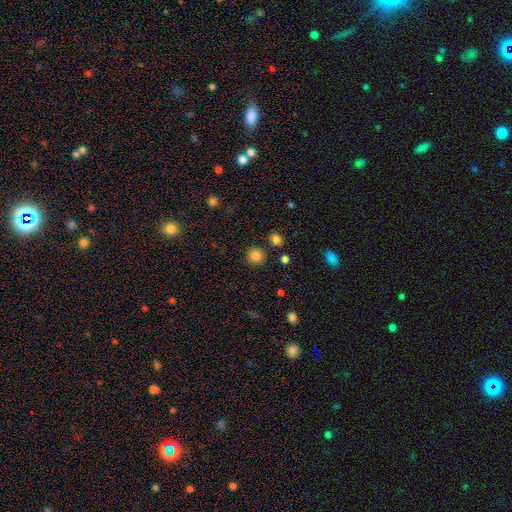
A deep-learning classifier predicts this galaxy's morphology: Smooth or featured? smooth (83%)
How rounded? round (93%)
Merging? none (88%)